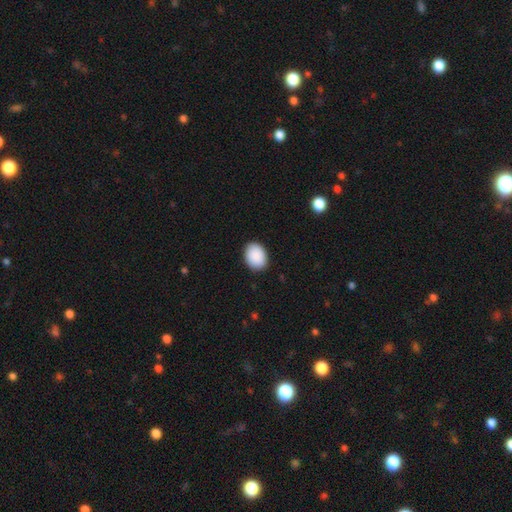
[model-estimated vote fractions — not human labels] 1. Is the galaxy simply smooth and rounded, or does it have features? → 91% smooth, 6% star or artifact, 3% featured or disk.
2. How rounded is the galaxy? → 66% in between, 33% round, 1% cigar-shaped.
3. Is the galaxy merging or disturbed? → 89% none, 9% minor disturbance, 2% major disturbance, 1% merger.